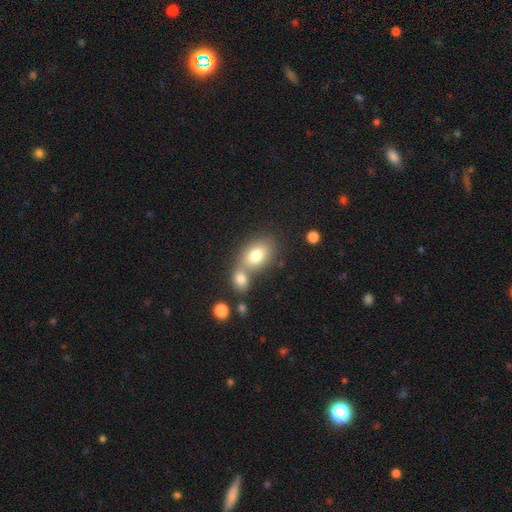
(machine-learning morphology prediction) A smooth galaxy with no disk features (77%) that is in between round and cigar-shaped (78%). Merging: merger (46%).